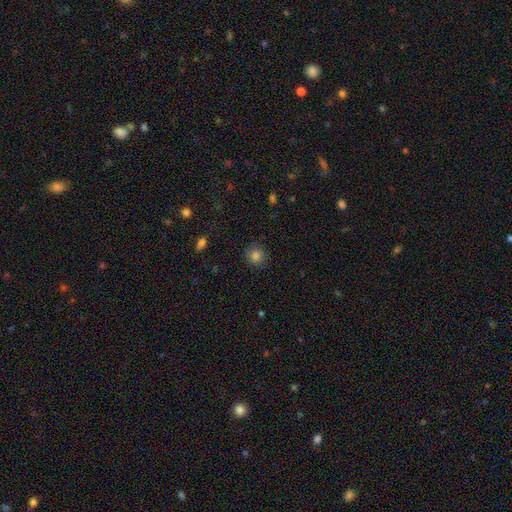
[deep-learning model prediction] Q: Smooth or featured?
A: smooth (81%); runner-up: star or artifact (12%)
Q: How rounded?
A: round (88%); runner-up: in between (11%)
Q: Merging?
A: none (84%); runner-up: minor disturbance (12%)